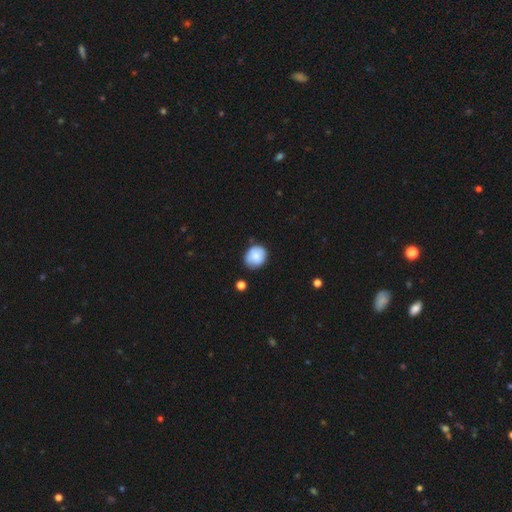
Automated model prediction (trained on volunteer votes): Smooth or featured? Predicted: smooth (p=0.79). How rounded? Predicted: round (p=0.66). Merging? Predicted: none (p=0.70).